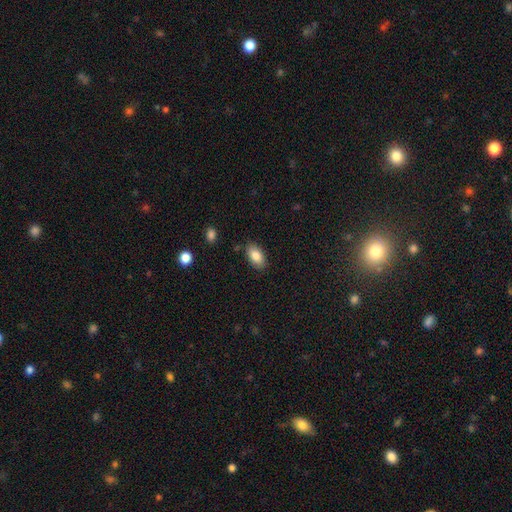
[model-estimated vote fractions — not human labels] Smooth or featured: smooth — 83% (featured or disk — 10%)
How rounded: in between — 93% (round — 4%)
Merging: none — 85% (minor disturbance — 11%)